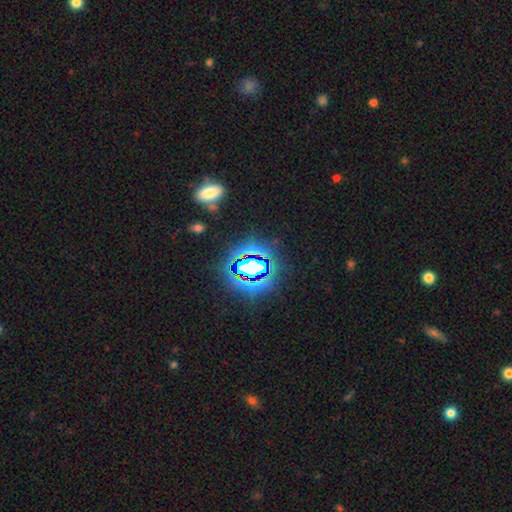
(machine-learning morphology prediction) smooth_or_featured: star or artifact (p=0.81) [alt: smooth p=0.12]